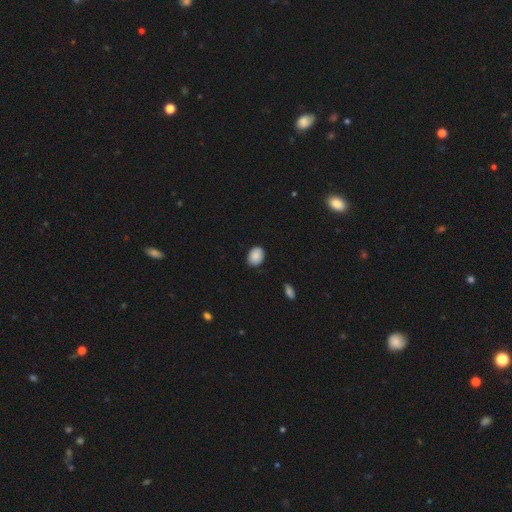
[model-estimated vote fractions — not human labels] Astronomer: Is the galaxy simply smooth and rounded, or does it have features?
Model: smooth — 87%.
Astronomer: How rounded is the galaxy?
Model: in between — 65%.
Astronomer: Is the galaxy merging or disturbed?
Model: none — 85%.